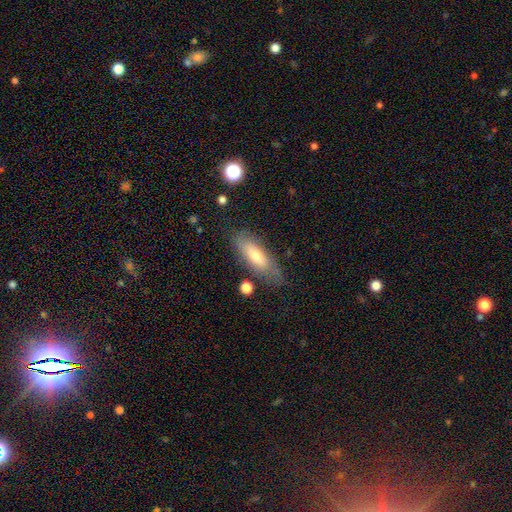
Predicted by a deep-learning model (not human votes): A smooth galaxy with no disk features (63%) that is in between round and cigar-shaped (59%).

Vote fractions:
- Smooth or featured? smooth: 63% / featured or disk: 30% / star or artifact: 7%
- How rounded? in between: 59% / cigar-shaped: 39% / round: 2%
- Merging? none: 73% / minor disturbance: 19% / major disturbance: 5% / merger: 3%